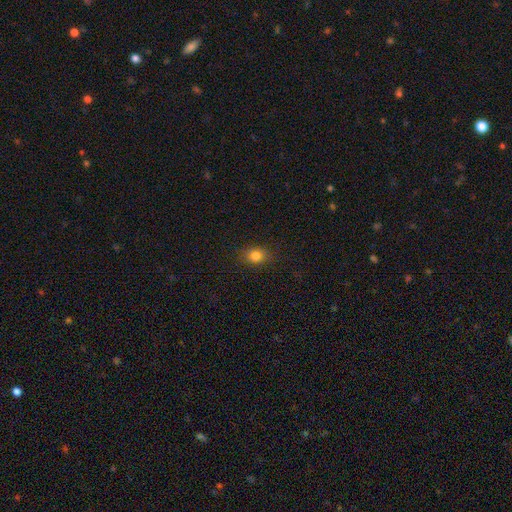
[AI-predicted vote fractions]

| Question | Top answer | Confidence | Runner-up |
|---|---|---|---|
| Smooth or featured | smooth | 83% | star or artifact (12%) |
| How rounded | round | 51% | in between (48%) |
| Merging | none | 87% | minor disturbance (9%) |